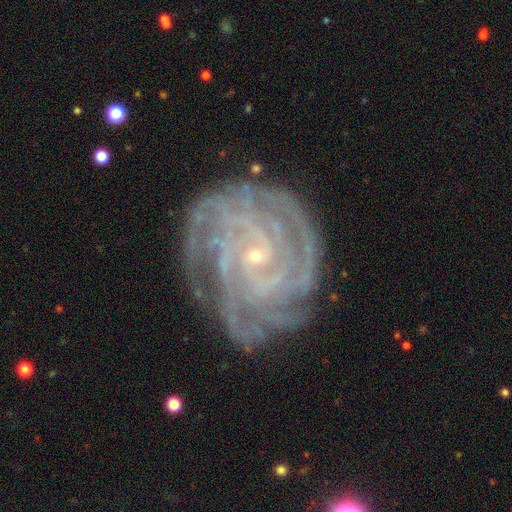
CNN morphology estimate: Smooth or featured? Predicted: featured or disk (p=0.89). Edge-on disk? Predicted: no (p=0.97). Bar? Predicted: no (p=0.63). Spiral arms? Predicted: yes (p=0.98). Spiral winding? Predicted: tight (p=0.81). Spiral arm count? Predicted: 4 (p=0.27). Bulge size? Predicted: small (p=0.89). Merging? Predicted: none (p=0.77).